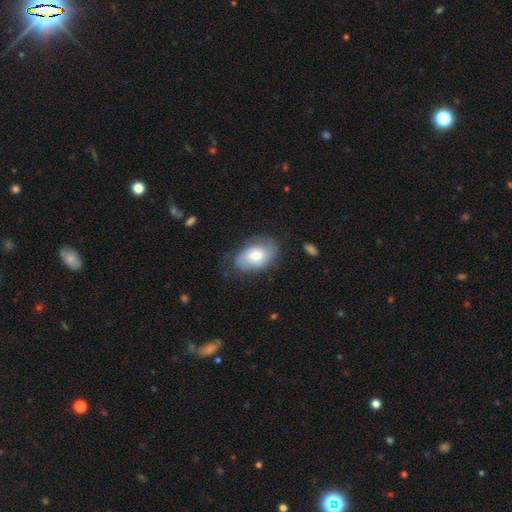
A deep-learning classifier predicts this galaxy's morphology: Smooth or featured: smooth — 63% (featured or disk — 31%)
How rounded: in between — 89% (round — 10%)
Merging: none — 64% (minor disturbance — 25%)